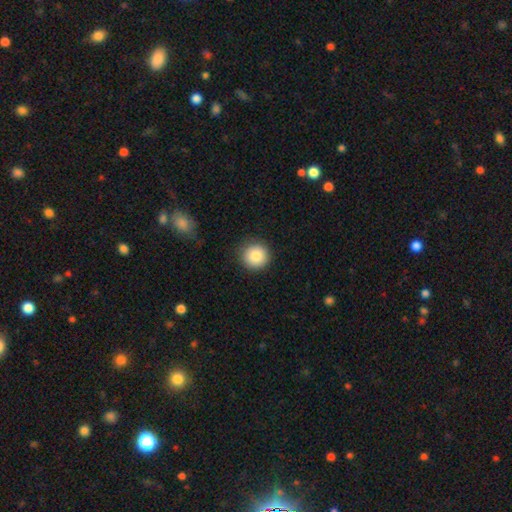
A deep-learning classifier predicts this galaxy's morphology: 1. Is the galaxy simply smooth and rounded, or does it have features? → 86% smooth, 9% star or artifact, 6% featured or disk.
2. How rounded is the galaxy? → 95% round, 4% in between, 1% cigar-shaped.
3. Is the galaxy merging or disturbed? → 89% none, 8% minor disturbance, 2% major disturbance, 1% merger.